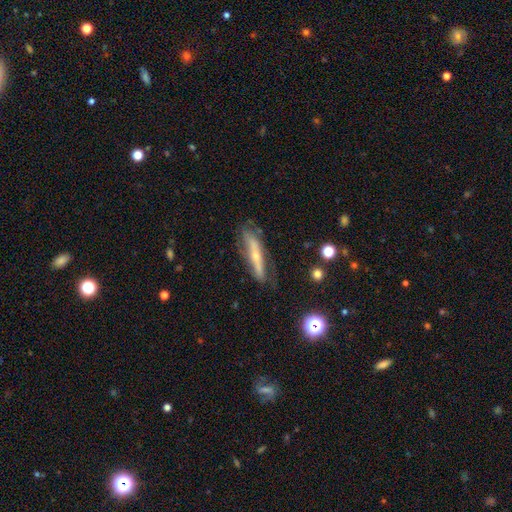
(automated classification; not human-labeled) This appears to be a featured or disk galaxy (63%) viewed edge-on (73%). Merging: none (66%).